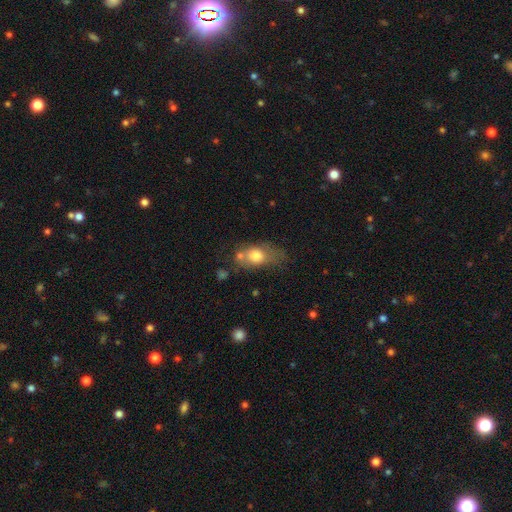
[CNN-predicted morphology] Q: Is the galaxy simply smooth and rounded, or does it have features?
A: smooth — 74%.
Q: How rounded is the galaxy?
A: in between — 75%.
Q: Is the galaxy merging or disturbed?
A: none — 40%.